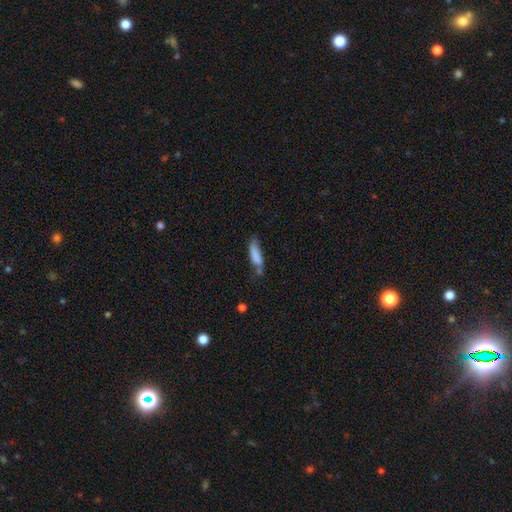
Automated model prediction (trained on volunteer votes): A smooth galaxy with no disk features (80%) that is cigar-shaped (55%).

Vote fractions:
- Smooth or featured? smooth: 80% / featured or disk: 13% / star or artifact: 7%
- How rounded? cigar-shaped: 55% / in between: 43% / round: 2%
- Merging? none: 45% / minor disturbance: 33% / major disturbance: 12% / merger: 11%